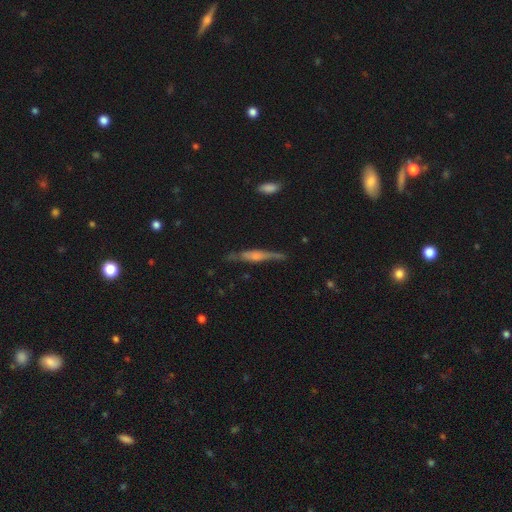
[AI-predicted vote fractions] This appears to be a featured or disk galaxy (63%) viewed edge-on (93%) with a rounded central bulge (55%). Merging: none (73%).